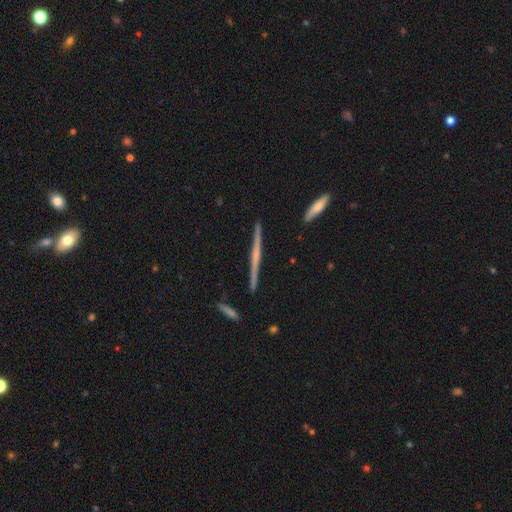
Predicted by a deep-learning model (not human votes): smooth_or_featured: featured or disk (p=0.70) [alt: smooth p=0.24]
disk_edge_on: yes (p=0.98) [alt: no p=0.02]
edge_on_bulge: none (p=0.55) [alt: rounded p=0.37]
merging: none (p=0.91) [alt: minor disturbance p=0.06]